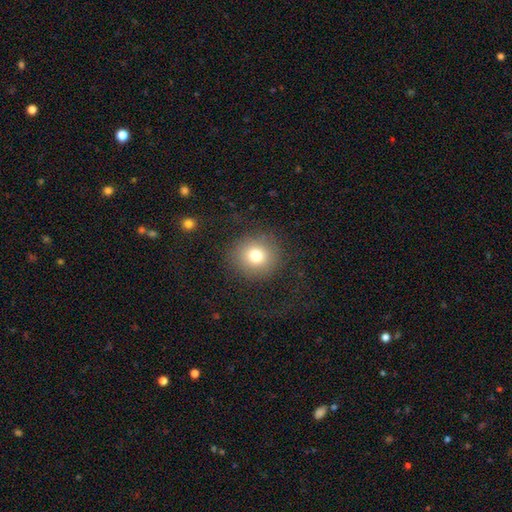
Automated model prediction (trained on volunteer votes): A smooth galaxy with no disk features (77%) that is round (89%). Merging: none (82%).